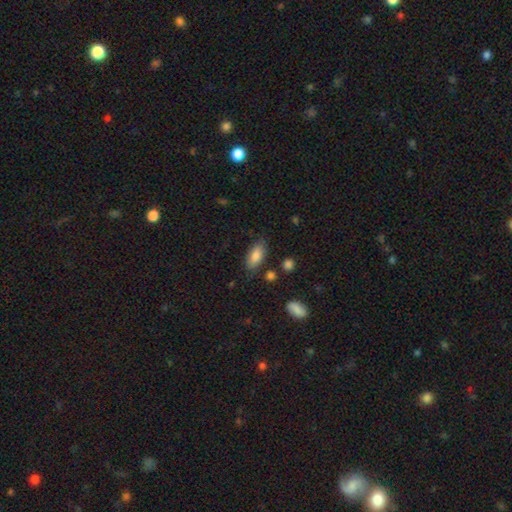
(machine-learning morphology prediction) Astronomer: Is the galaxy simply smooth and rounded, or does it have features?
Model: smooth — 83%.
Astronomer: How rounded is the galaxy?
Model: in between — 86%.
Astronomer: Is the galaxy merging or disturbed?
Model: none — 78%.